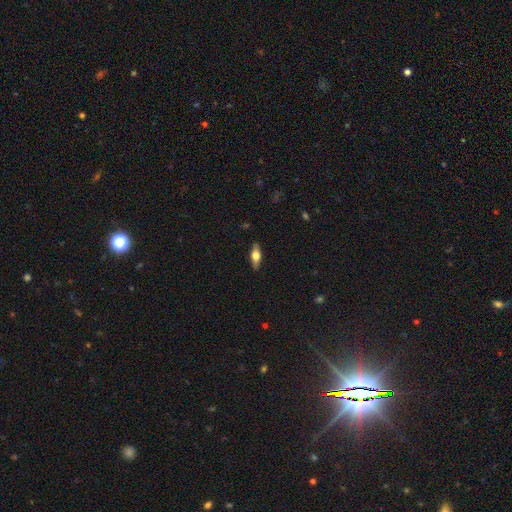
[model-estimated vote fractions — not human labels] smooth 50%, featured or disk 43%, star or artifact 7%. Down the decision tree: how rounded — in between (67%); merging — none (88%).